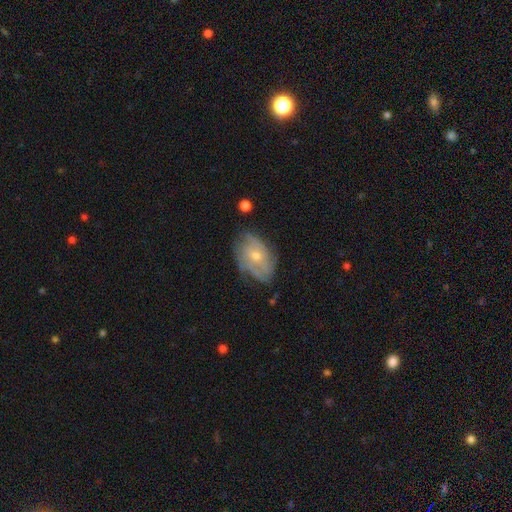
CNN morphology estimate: smooth_or_featured: featured or disk (p=0.69) [alt: smooth p=0.23]
disk_edge_on: no (p=0.95) [alt: yes p=0.05]
bar: no (p=0.75) [alt: weak p=0.22]
has_spiral_arms: yes (p=0.83) [alt: no p=0.17]
spiral_winding: tight (p=0.52) [alt: medium p=0.34]
spiral_arm_count: can't tell (p=0.47) [alt: 3 p=0.17]
bulge_size: small (p=0.54) [alt: moderate p=0.42]
merging: none (p=0.68) [alt: minor disturbance p=0.23]